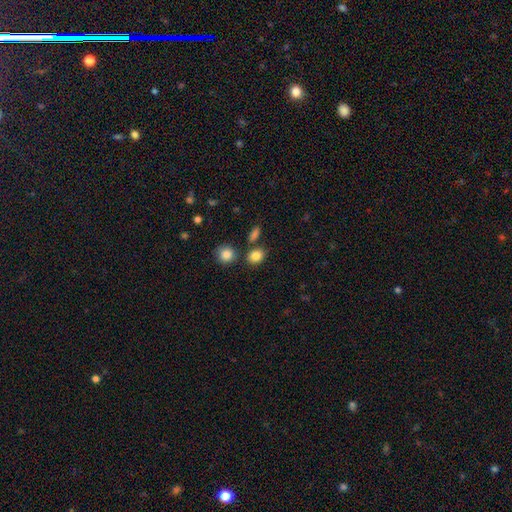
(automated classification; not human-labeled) Morphology: type=smooth (84%); roundness=in between (52%); merging=none (74%).